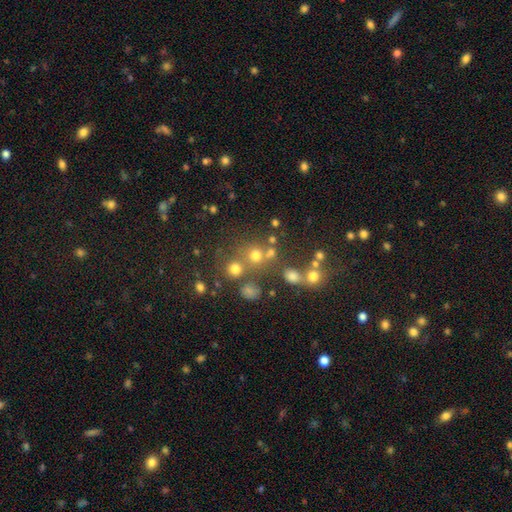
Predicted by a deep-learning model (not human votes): The model was most divided on "smooth or featured": smooth: 63%, star or artifact: 25%, featured or disk: 12%. More confident: how rounded — round (86%); merging — none (62%).